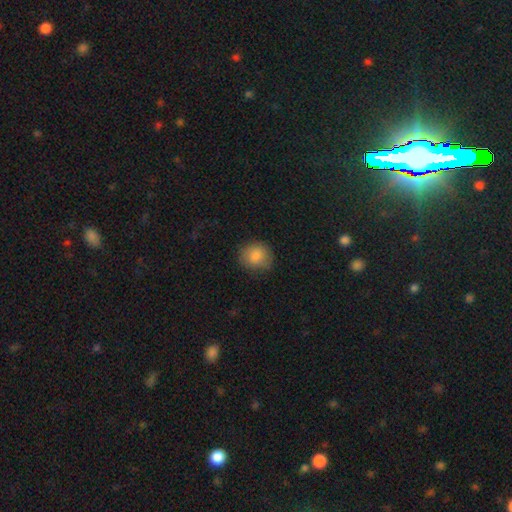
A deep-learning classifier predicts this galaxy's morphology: smooth 86%, star or artifact 8%, featured or disk 6%. Down the decision tree: how rounded — round (83%); merging — none (81%).